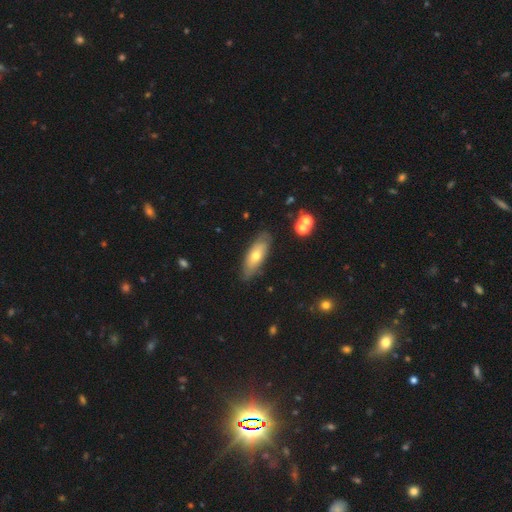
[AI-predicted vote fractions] Smooth or featured: smooth — 55% (featured or disk — 39%)
How rounded: in between — 69% (cigar-shaped — 28%)
Merging: none — 80% (minor disturbance — 15%)